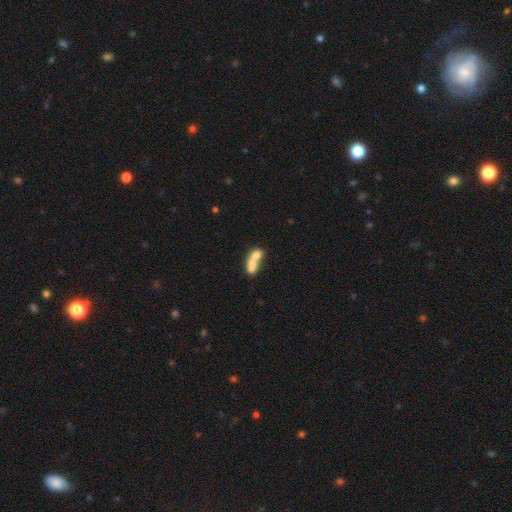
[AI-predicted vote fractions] Morphology: type=smooth (63%); roundness=in between (64%); merging=merger (71%).